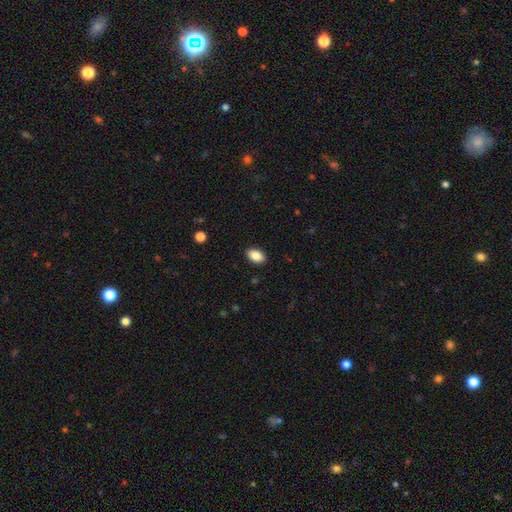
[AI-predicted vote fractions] smooth_or_featured: smooth (p=0.86) [alt: star or artifact p=0.08]
how_rounded: in between (p=0.91) [alt: round p=0.08]
merging: none (p=0.90) [alt: minor disturbance p=0.07]